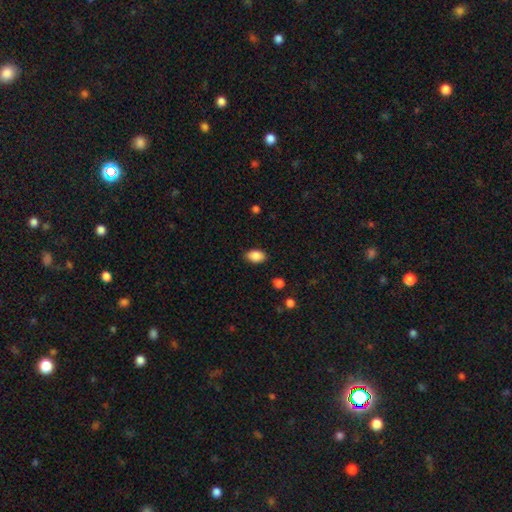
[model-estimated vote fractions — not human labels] Overall: smooth (88%). How rounded: in between (90%). Merging: none (86%).